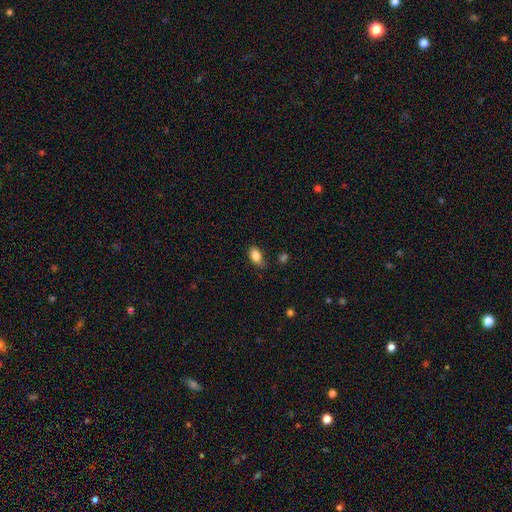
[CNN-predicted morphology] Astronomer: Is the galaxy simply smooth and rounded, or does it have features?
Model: smooth — 84%.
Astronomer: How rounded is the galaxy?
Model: in between — 84%.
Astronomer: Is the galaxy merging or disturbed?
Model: none — 61%.